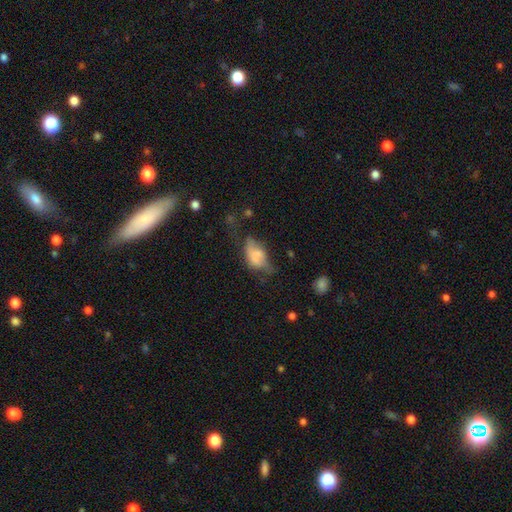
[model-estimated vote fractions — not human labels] smooth 60%, featured or disk 30%, star or artifact 10%. Down the decision tree: how rounded — in between (88%); merging — major disturbance (35%).